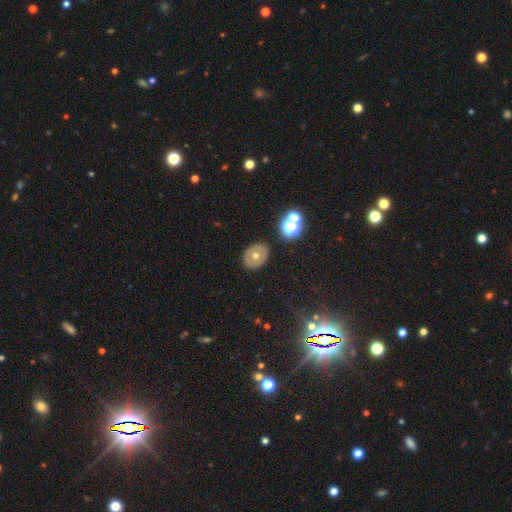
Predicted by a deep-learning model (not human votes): smooth-or-featured: smooth: 51% | featured or disk: 35% | star or artifact: 13%
  how-rounded: in between: 51% | round: 48% | cigar-shaped: 1%
  merging: none: 86% | minor disturbance: 9% | major disturbance: 3% | merger: 2%